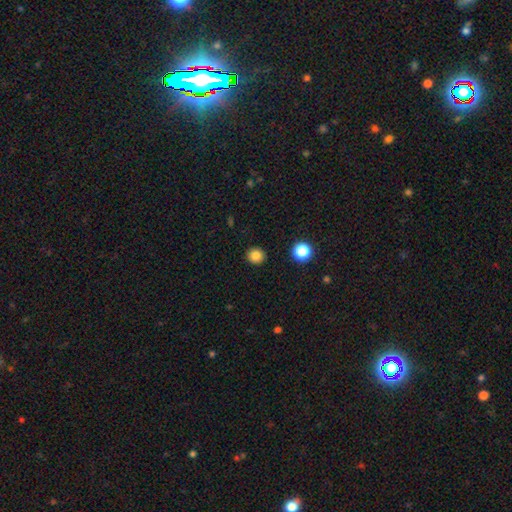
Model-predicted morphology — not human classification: This appears to be a smooth galaxy with no disk features (84%) that is round (92%). Merging: none (92%).